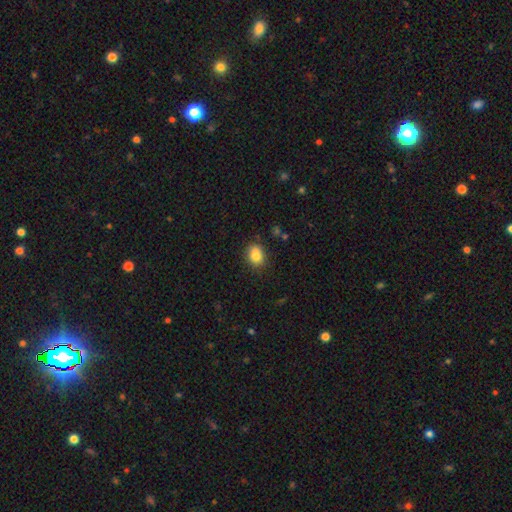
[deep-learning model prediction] A smooth galaxy with no disk features (81%) that is in between round and cigar-shaped (54%). Merging: none (70%).